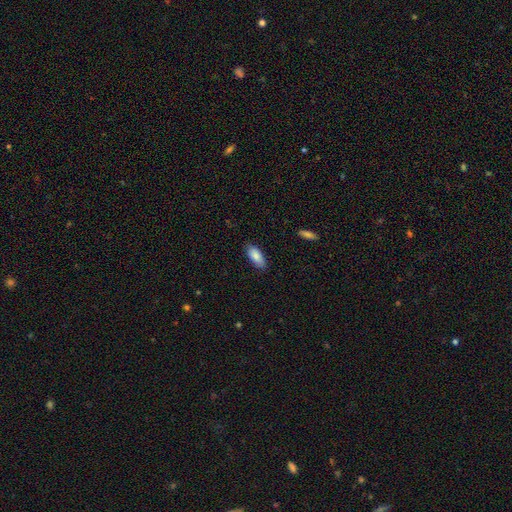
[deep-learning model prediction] Smooth or featured? Predicted: smooth (p=0.85). How rounded? Predicted: in between (p=0.82). Merging? Predicted: none (p=0.82).